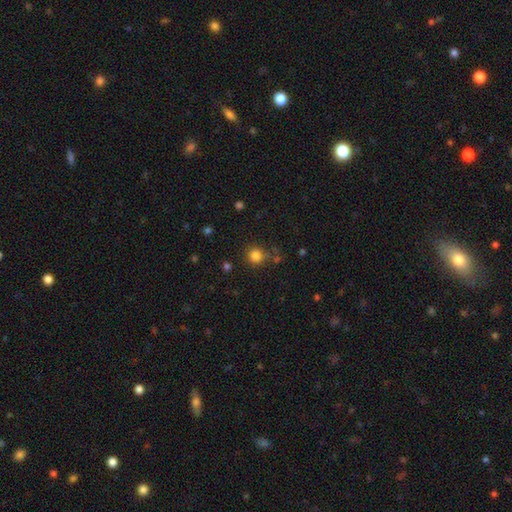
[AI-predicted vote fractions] Smooth or featured? smooth (82%)
How rounded? round (92%)
Merging? none (79%)